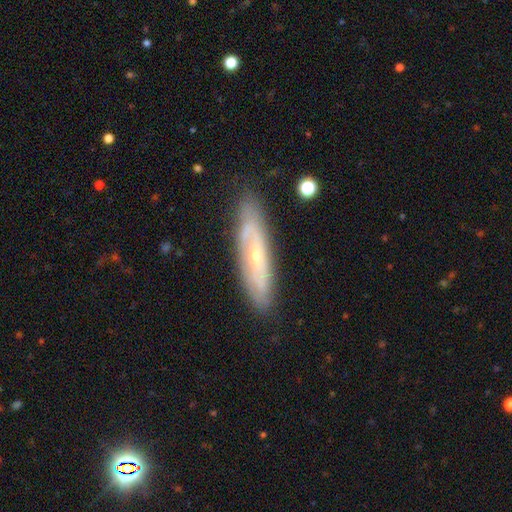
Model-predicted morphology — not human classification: Smooth or featured? featured or disk (69%)
Edge-on disk? no (64%)
Merging? none (82%)